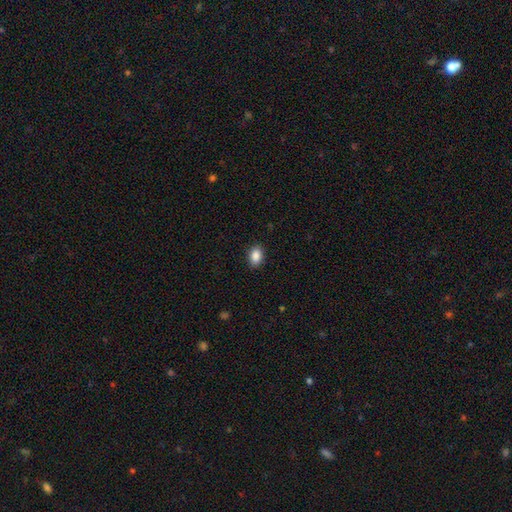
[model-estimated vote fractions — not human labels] Smooth or featured? smooth (88%)
How rounded? in between (79%)
Merging? none (89%)